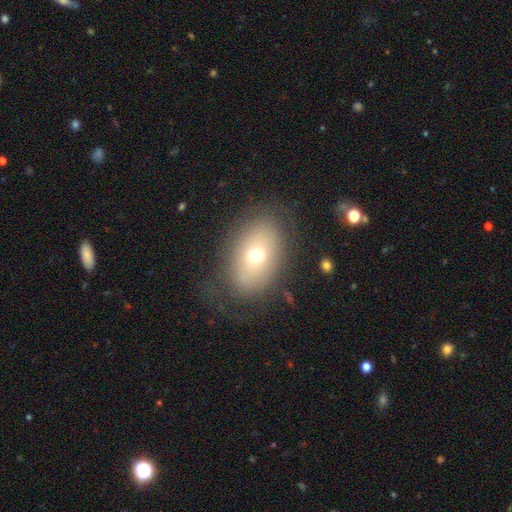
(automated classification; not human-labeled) Smooth or featured? Predicted: smooth (p=0.63). How rounded? Predicted: in between (p=0.77). Merging? Predicted: none (p=0.74).